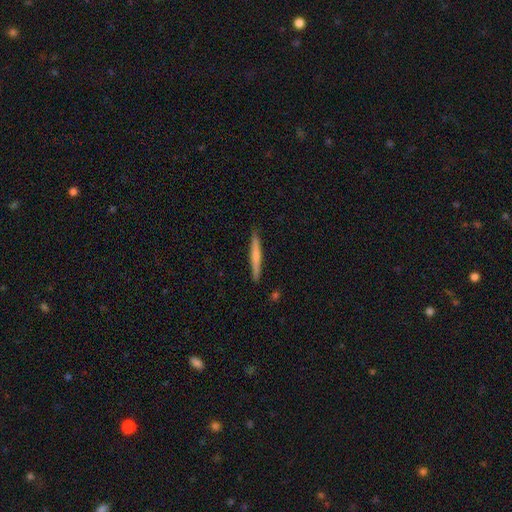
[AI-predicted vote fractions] This is possibly a smooth galaxy (57%). How rounded: clearly cigar-shaped (96%). Merging: clearly none (91%).